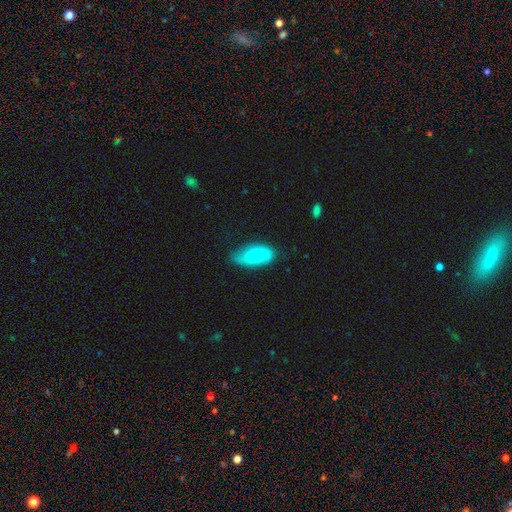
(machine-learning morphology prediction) Smooth or featured: smooth — 50% (featured or disk — 44%)
Merging: none — 61% (minor disturbance — 30%)